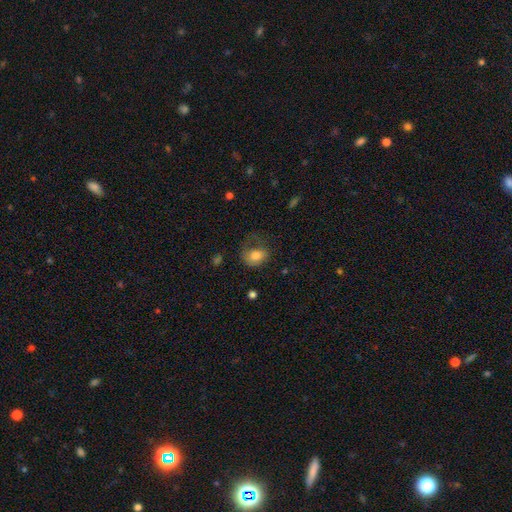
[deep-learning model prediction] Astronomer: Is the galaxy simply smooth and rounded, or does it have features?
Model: smooth — 76%.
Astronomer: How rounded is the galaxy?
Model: in between — 60% (runner-up: round, 39%).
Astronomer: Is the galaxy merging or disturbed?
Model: none — 38% (runner-up: major disturbance, 34%).